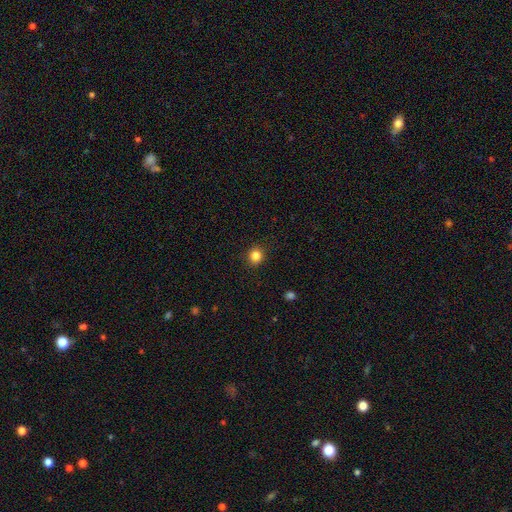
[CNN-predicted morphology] smooth-or-featured: smooth: 84% | star or artifact: 12% | featured or disk: 4%
  how-rounded: round: 89% | in between: 10% | cigar-shaped: 1%
  merging: none: 91% | minor disturbance: 6% | major disturbance: 2% | merger: 1%